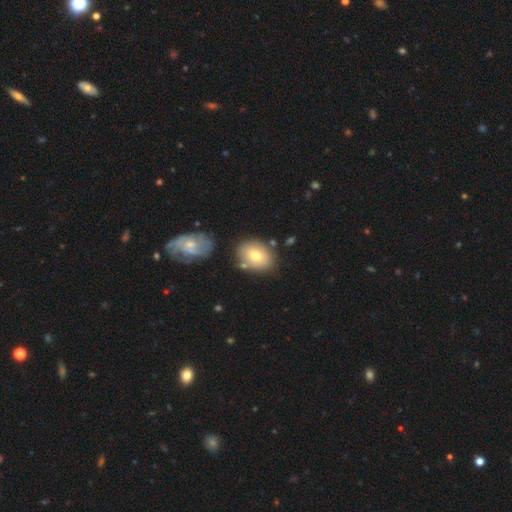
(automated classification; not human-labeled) Morphology: type=smooth (71%); roundness=in between (67%); merging=none (73%).